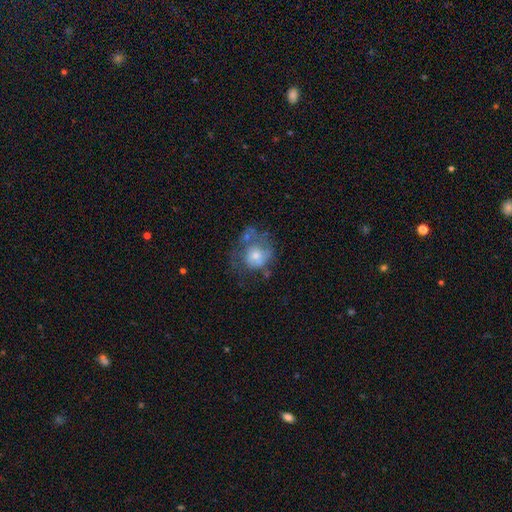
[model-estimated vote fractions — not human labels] smooth-or-featured: smooth: 49% | featured or disk: 41% | star or artifact: 10%
  merging: none: 35% | major disturbance: 30% | minor disturbance: 23% | merger: 12%